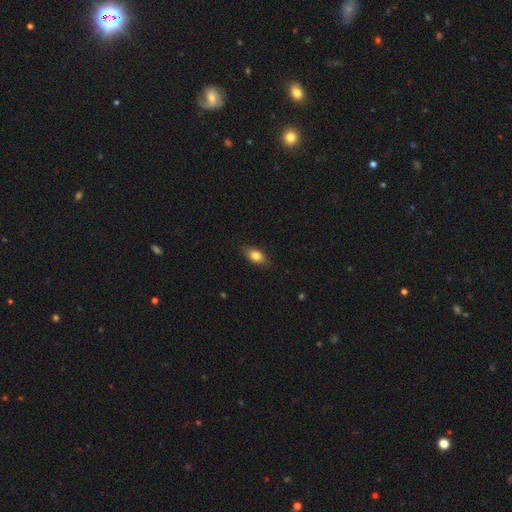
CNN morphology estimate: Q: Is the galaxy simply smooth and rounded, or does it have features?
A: smooth — 78%.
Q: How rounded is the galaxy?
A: in between — 83%.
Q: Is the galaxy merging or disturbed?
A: none — 83%.